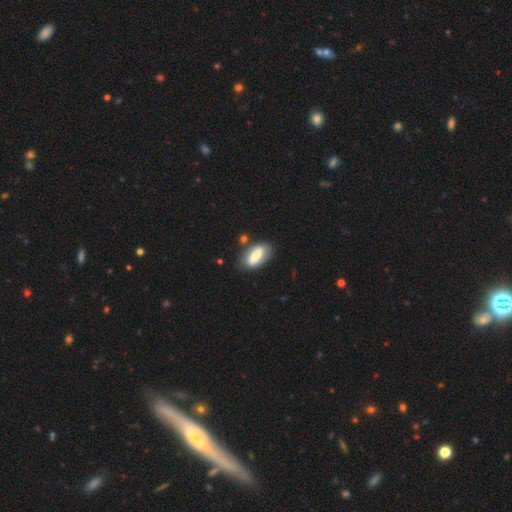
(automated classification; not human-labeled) smooth-or-featured: smooth: 65% | featured or disk: 28% | star or artifact: 7%
  how-rounded: in between: 78% | cigar-shaped: 19% | round: 3%
  merging: none: 73% | minor disturbance: 16% | merger: 6% | major disturbance: 5%